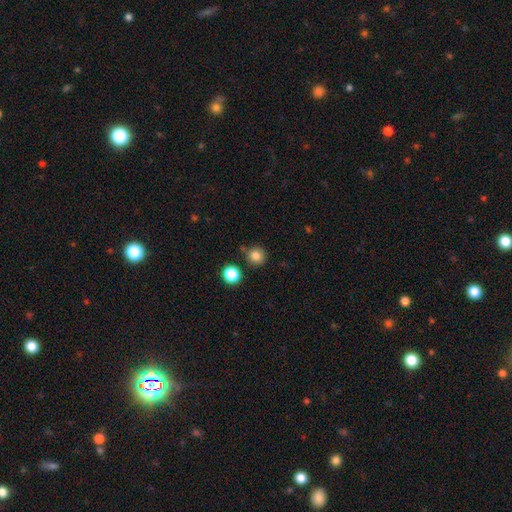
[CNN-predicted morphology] Smooth or featured? Predicted: smooth (p=0.83). How rounded? Predicted: round (p=0.93). Merging? Predicted: none (p=0.83).